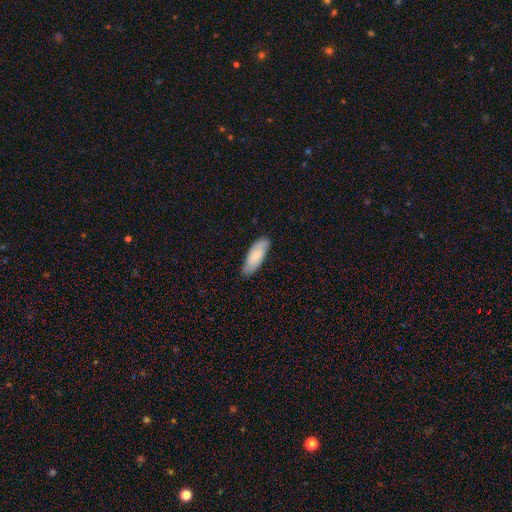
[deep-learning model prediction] A smooth galaxy with no disk features (73%) that is in between round and cigar-shaped (76%). Merging: none (80%).